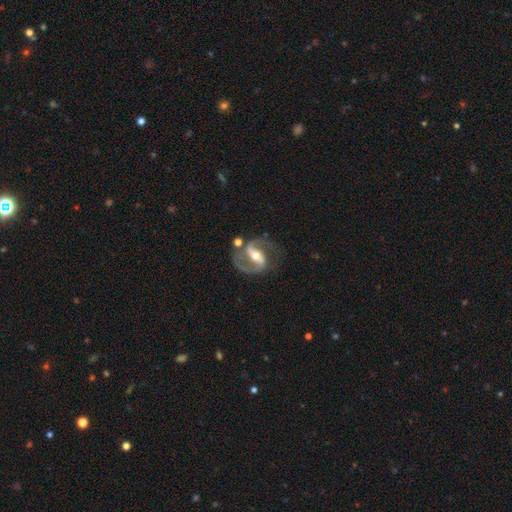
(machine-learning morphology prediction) type=featured or disk (90%); edge-on=no (97%); bar=strong (57%); spiral arms=yes (97%); winding=medium (55%); arm count=2 (91%); bulge=moderate (62%); merging=none (69%).